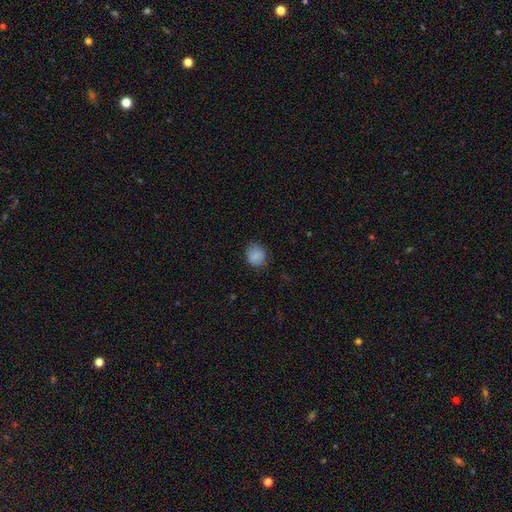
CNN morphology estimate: This appears to be a smooth galaxy with no disk features (87%) that is round (70%). Merging: none (80%).